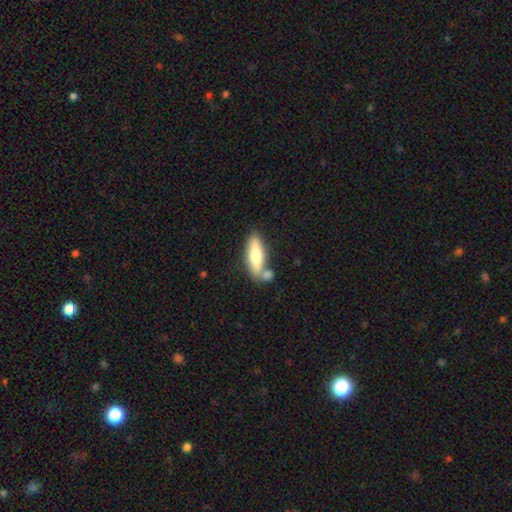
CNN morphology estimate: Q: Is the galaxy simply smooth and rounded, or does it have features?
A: smooth — 66%.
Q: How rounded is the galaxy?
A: in between — 59%.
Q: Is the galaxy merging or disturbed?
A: none — 58%.